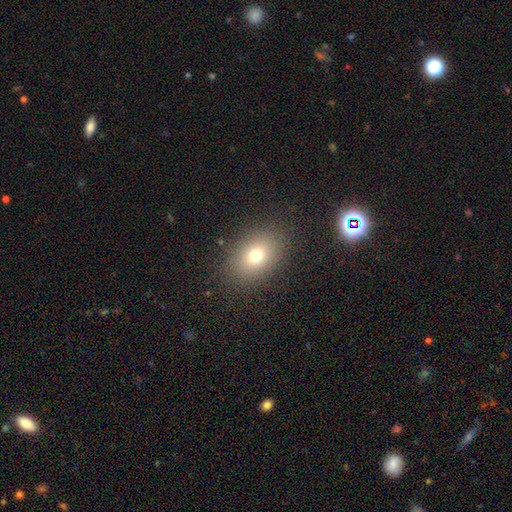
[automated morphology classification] smooth_or_featured: smooth (p=0.74) [alt: star or artifact p=0.14]
how_rounded: in between (p=0.69) [alt: round p=0.30]
merging: none (p=0.86) [alt: minor disturbance p=0.09]